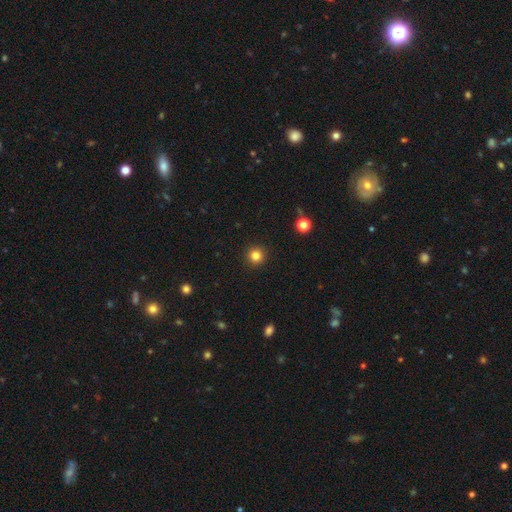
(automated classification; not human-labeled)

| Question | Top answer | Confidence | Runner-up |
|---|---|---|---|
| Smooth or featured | smooth | 82% | star or artifact (13%) |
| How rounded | round | 96% | in between (3%) |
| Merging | none | 93% | minor disturbance (4%) |